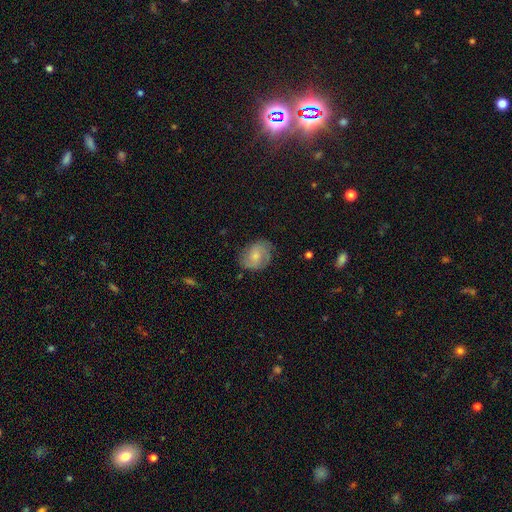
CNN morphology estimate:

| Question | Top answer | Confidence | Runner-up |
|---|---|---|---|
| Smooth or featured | featured or disk | 51% | smooth (41%) |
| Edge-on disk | no | 97% | yes (3%) |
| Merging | none | 69% | minor disturbance (21%) |